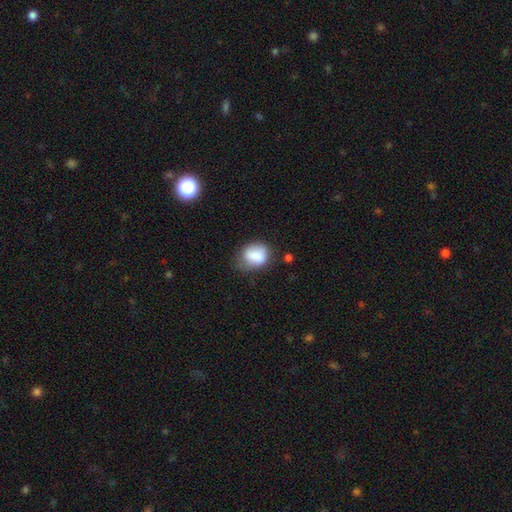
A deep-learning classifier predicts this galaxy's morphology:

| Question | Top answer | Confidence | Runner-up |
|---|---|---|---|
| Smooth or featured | smooth | 83% | featured or disk (9%) |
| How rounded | round | 51% | in between (48%) |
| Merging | none | 50% | minor disturbance (34%) |